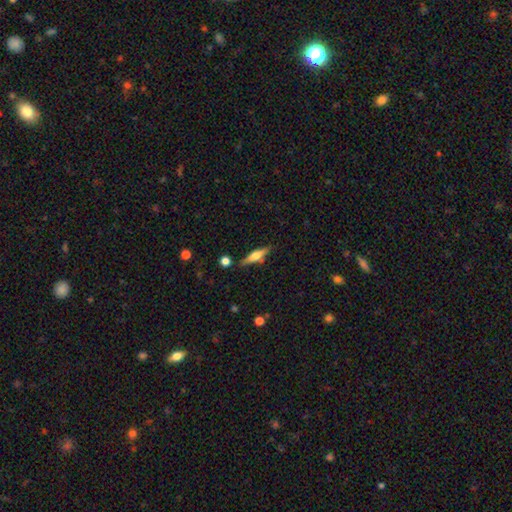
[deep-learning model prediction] Overall: featured or disk (54%; smooth 39%). Edge-on disk: yes (95%). Edge-on bulge: rounded (85%). Merging: none (82%).